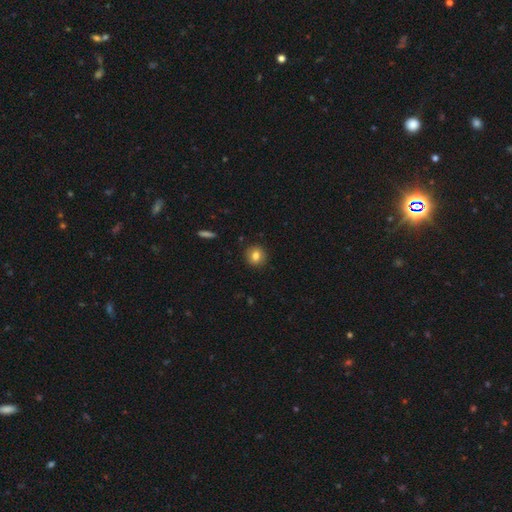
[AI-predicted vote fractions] Morphology: type=smooth (81%); roundness=round (89%); merging=none (91%).